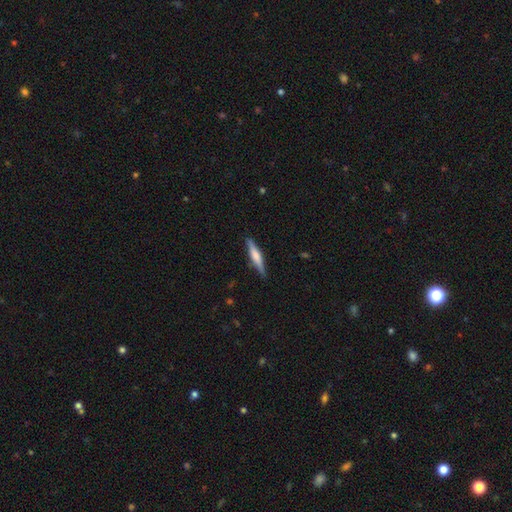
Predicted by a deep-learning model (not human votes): A featured or disk galaxy (50%) viewed edge-on (97%). Merging: none (88%).